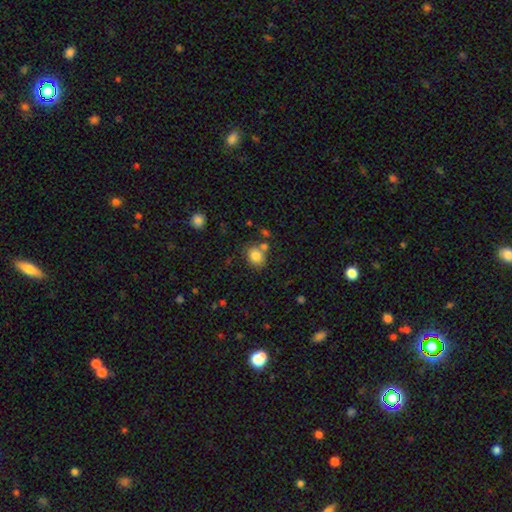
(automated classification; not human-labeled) smooth_or_featured: smooth (p=0.81) [alt: star or artifact p=0.10]
how_rounded: round (p=0.58) [alt: in between p=0.41]
merging: none (p=0.64) [alt: merger p=0.17]